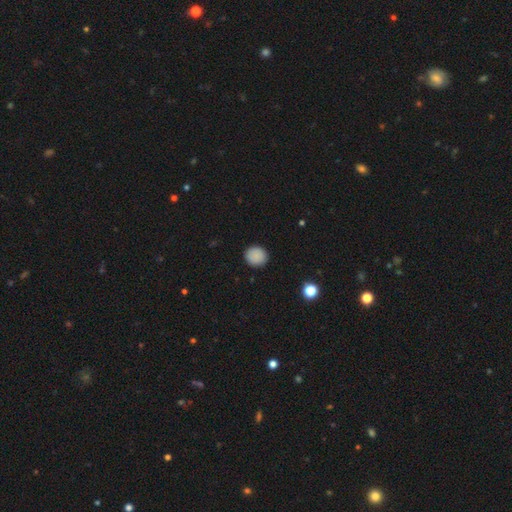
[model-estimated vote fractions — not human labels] This appears to be a smooth galaxy with no disk features (88%) that is round (82%). Merging: none (90%).